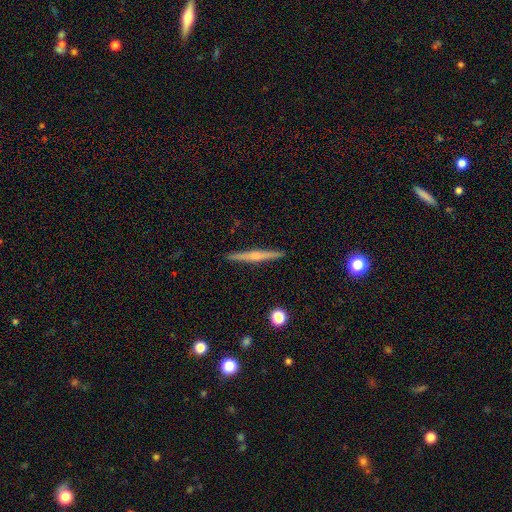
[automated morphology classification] Smooth or featured: featured or disk — 66% (smooth — 28%)
Edge-on disk: yes — 98% (no — 2%)
Edge-on bulge: rounded — 73% (none — 17%)
Merging: none — 92% (minor disturbance — 6%)